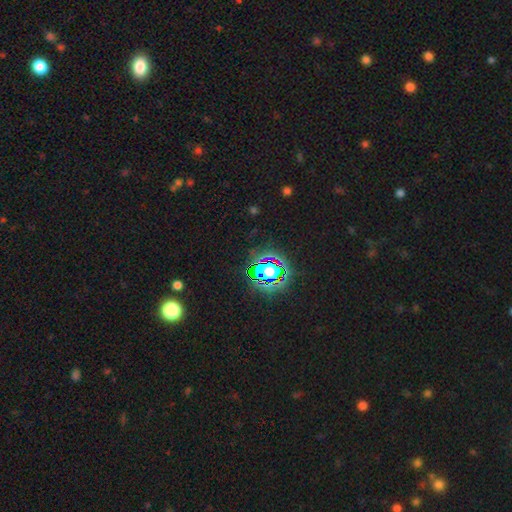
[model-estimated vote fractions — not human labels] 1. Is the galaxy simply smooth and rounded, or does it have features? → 81% star or artifact, 12% smooth, 7% featured or disk.